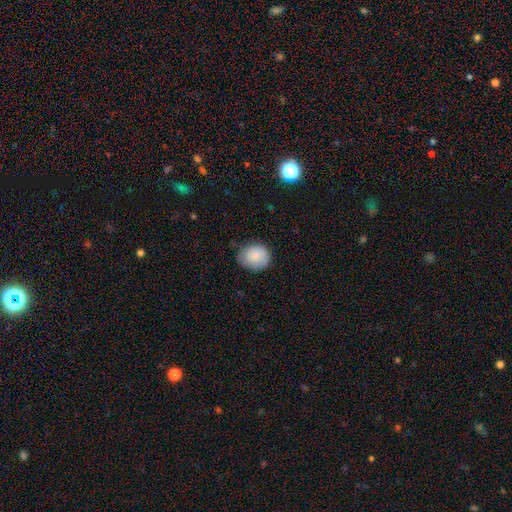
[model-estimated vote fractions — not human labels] This is clearly a smooth galaxy (85%). How rounded: likely round (65%). Merging: likely none (71%).